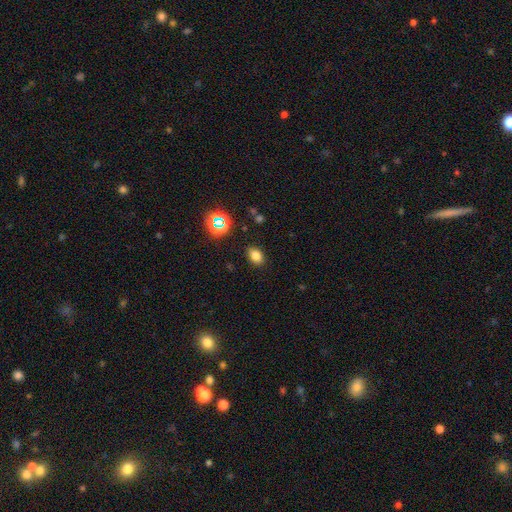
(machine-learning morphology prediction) Overall: smooth (77%). How rounded: in between (79%). Merging: none (86%).